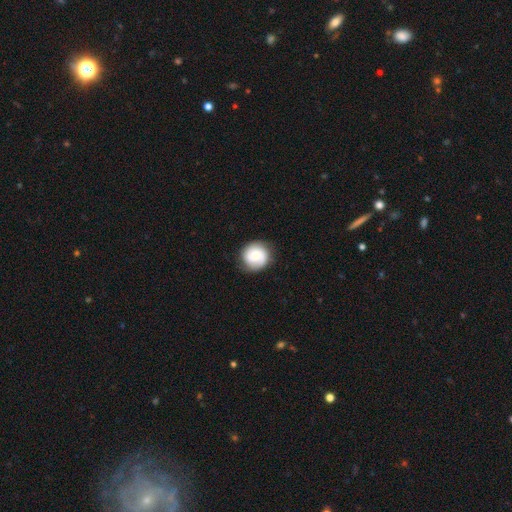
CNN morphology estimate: smooth 57%, featured or disk 36%, star or artifact 8%. Down the decision tree: how rounded — round (90%); merging — none (82%).